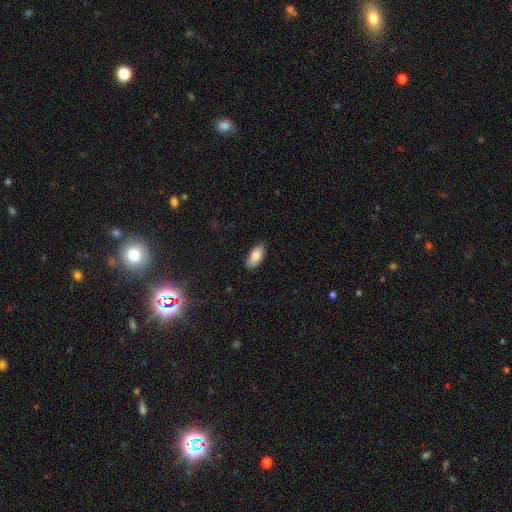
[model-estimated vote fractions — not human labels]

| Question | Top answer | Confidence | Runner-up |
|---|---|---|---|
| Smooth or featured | smooth | 85% | featured or disk (8%) |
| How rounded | in between | 89% | cigar-shaped (9%) |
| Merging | none | 85% | minor disturbance (12%) |